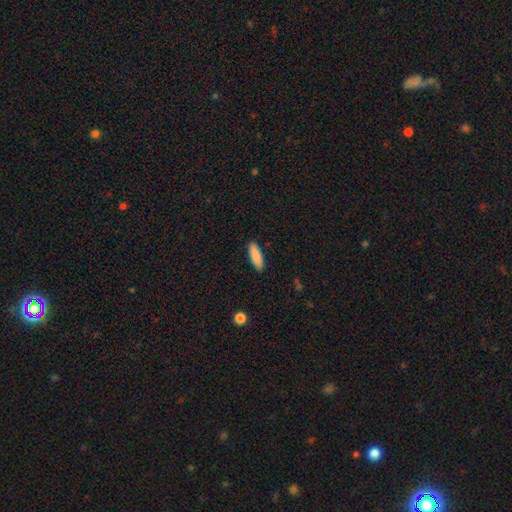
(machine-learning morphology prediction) Smooth or featured?
  - smooth: 88% *
  - star or artifact: 6%
  - featured or disk: 6%
How rounded?
  - cigar-shaped: 57% *
  - in between: 41%
  - round: 2%
Merging?
  - none: 90% *
  - minor disturbance: 7%
  - major disturbance: 2%
  - merger: 1%